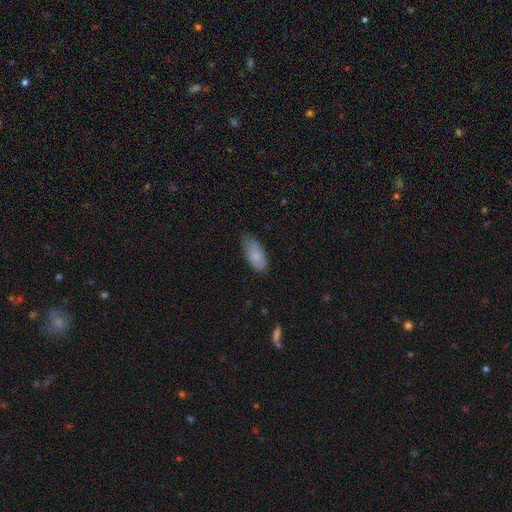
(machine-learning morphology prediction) A smooth galaxy with no disk features (83%) that is in between round and cigar-shaped (87%).

Vote fractions:
- Smooth or featured? smooth: 83% / featured or disk: 11% / star or artifact: 6%
- How rounded? in between: 87% / cigar-shaped: 11% / round: 2%
- Merging? none: 66% / minor disturbance: 28% / major disturbance: 5% / merger: 1%